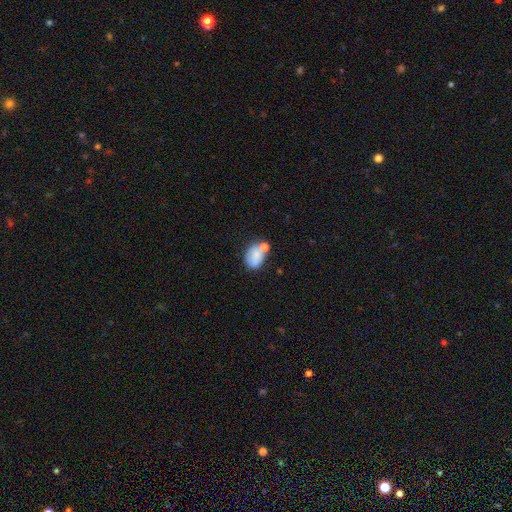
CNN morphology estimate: This is likely a smooth galaxy (76%). How rounded: likely in between (79%). Merging: marginally none (43%).